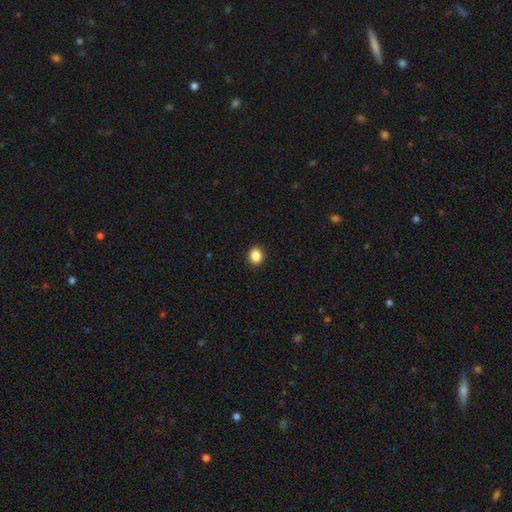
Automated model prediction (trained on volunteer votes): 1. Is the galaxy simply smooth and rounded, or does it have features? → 87% smooth, 9% star or artifact, 4% featured or disk.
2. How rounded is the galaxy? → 59% round, 41% in between, 1% cigar-shaped.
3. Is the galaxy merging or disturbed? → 92% none, 6% minor disturbance, 2% major disturbance, 1% merger.